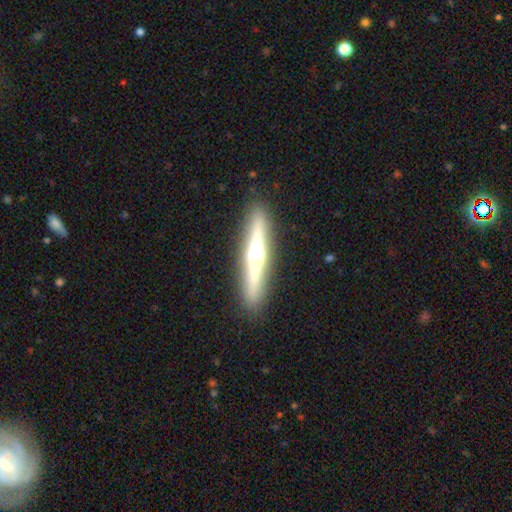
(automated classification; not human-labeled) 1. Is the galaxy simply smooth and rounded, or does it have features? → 69% featured or disk, 25% smooth, 7% star or artifact.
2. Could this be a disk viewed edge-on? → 96% yes, 4% no.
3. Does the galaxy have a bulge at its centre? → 92% rounded, 4% boxy, 4% none.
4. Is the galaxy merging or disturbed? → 90% none, 7% minor disturbance, 2% major disturbance, 1% merger.